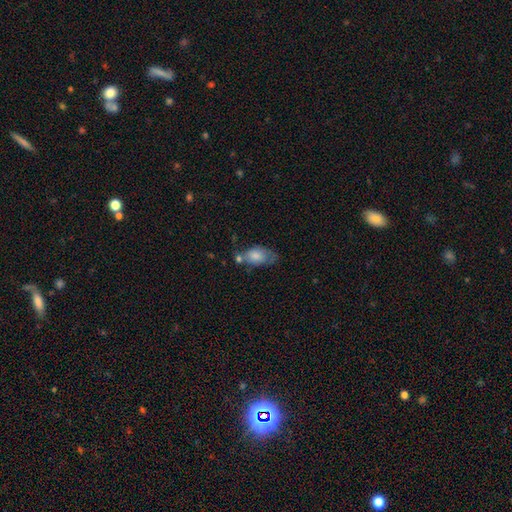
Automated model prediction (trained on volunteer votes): The model was most divided on "merging": none: 37%, minor disturbance: 29%, merger: 18%, major disturbance: 16%. More confident: how rounded — in between (89%); smooth or featured — smooth (72%).